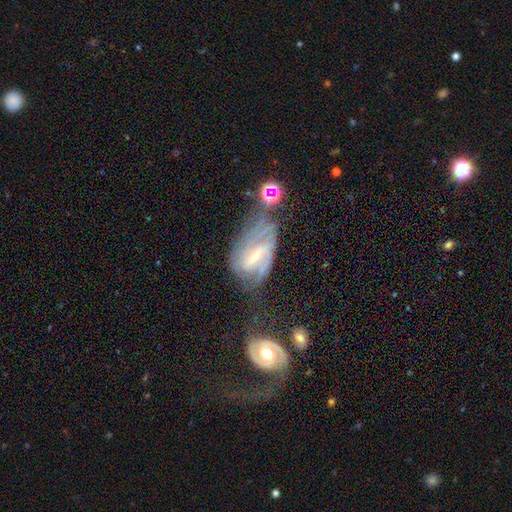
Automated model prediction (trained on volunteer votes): A featured or disk galaxy (79%) with a weak bar (45%), 2 (44%) tight (41%, tied with medium) spiral arms (89%) and a small central bulge (66%). Merging: none (34%).